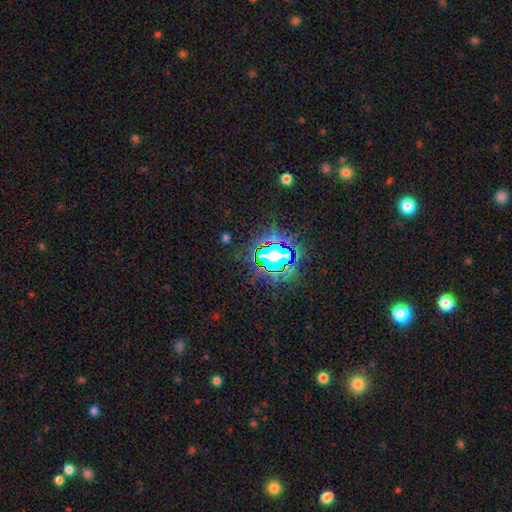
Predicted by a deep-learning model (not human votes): Smooth or featured? Predicted: star or artifact (p=0.78).